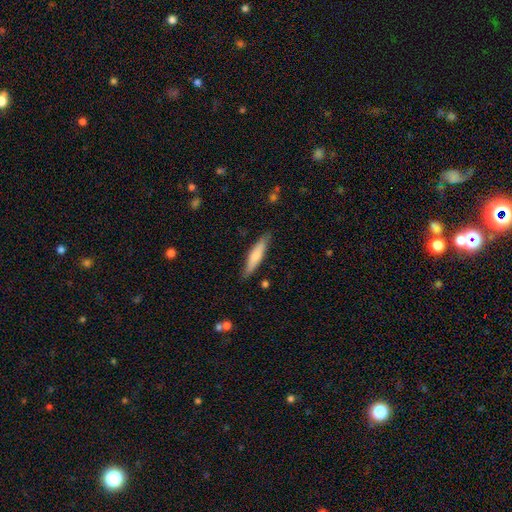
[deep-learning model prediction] smooth_or_featured: smooth (p=0.70) [alt: featured or disk p=0.25]
how_rounded: cigar-shaped (p=0.84) [alt: in between p=0.15]
merging: none (p=0.84) [alt: minor disturbance p=0.13]